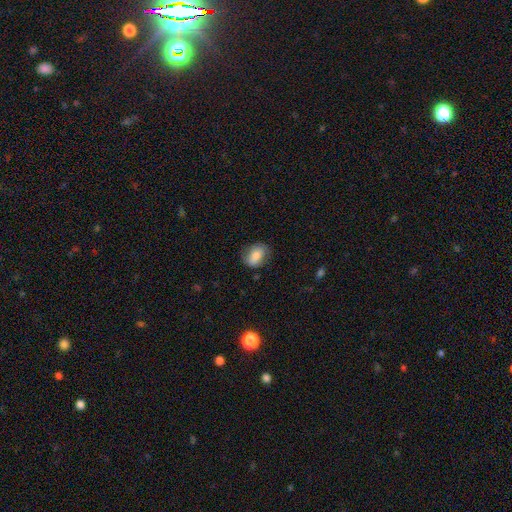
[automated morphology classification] smooth-or-featured: smooth: 74% | featured or disk: 18% | star or artifact: 8%
  how-rounded: in between: 69% | round: 29% | cigar-shaped: 2%
  merging: none: 71% | minor disturbance: 21% | major disturbance: 6% | merger: 1%